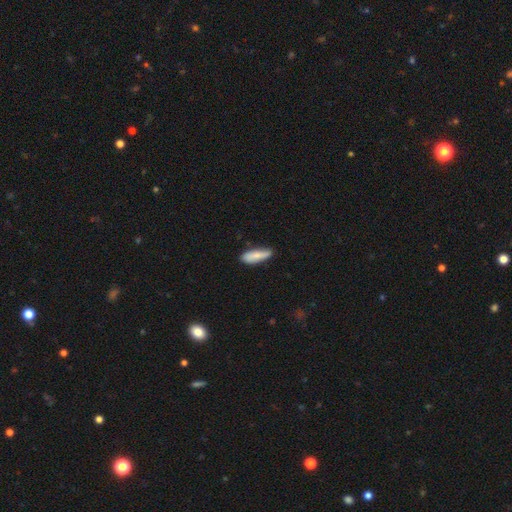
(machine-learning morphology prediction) Smooth or featured?
  - smooth: 78% *
  - featured or disk: 16%
  - star or artifact: 6%
How rounded?
  - cigar-shaped: 50% *
  - in between: 47%
  - round: 2%
Merging?
  - none: 76% *
  - minor disturbance: 19%
  - major disturbance: 3%
  - merger: 2%